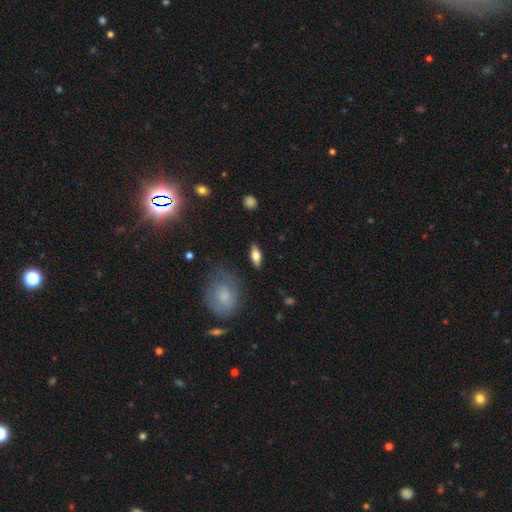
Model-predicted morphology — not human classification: Smooth or featured? smooth (66%)
How rounded? in between (75%)
Merging? none (86%)